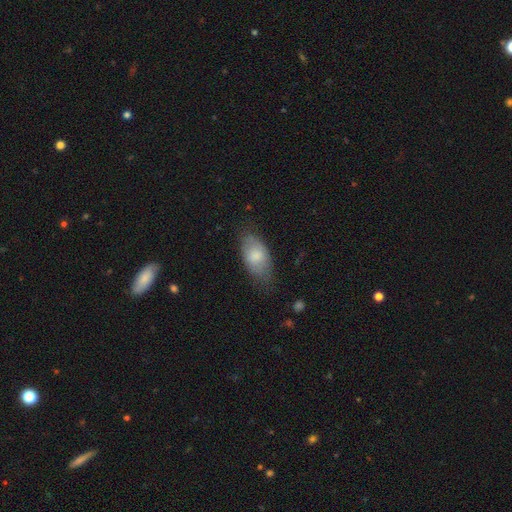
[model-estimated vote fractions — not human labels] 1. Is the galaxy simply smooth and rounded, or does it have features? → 77% smooth, 17% featured or disk, 6% star or artifact.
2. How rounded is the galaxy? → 93% in between, 4% round, 3% cigar-shaped.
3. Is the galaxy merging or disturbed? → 62% none, 28% minor disturbance, 9% major disturbance, 2% merger.